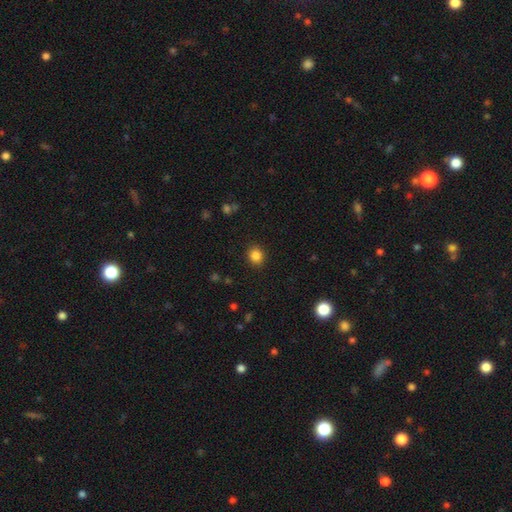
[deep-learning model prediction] This is clearly a smooth galaxy (84%). How rounded: likely round (79%). Merging: clearly none (90%).